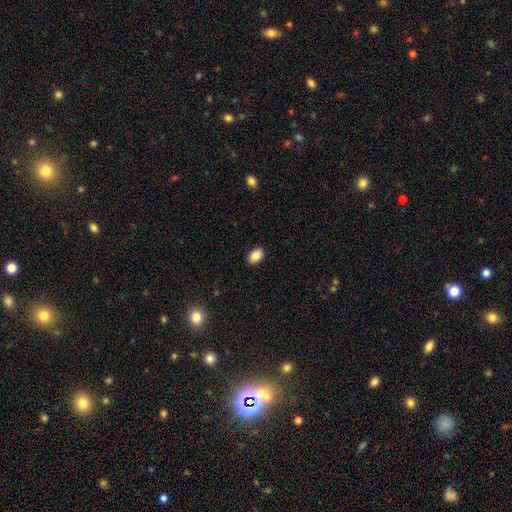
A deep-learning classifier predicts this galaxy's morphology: smooth 88%, star or artifact 8%, featured or disk 4%. Down the decision tree: how rounded — in between (88%); merging — none (90%).